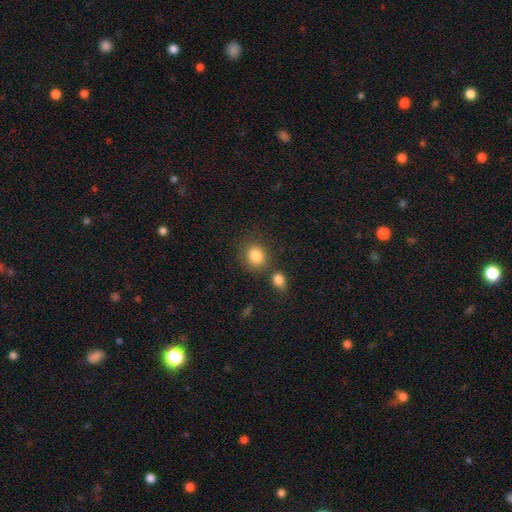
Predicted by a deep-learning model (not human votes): This appears to be a smooth galaxy with no disk features (85%) that is round (71%). Merging: none (69%).